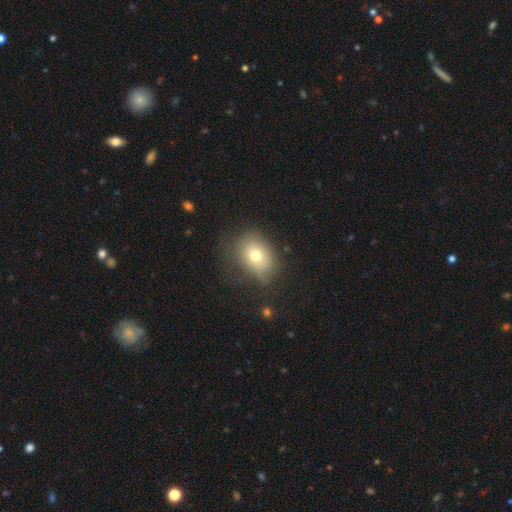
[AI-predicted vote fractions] A smooth galaxy with no disk features (70%) that is in between round and cigar-shaped (56%). Merging: none (61%).